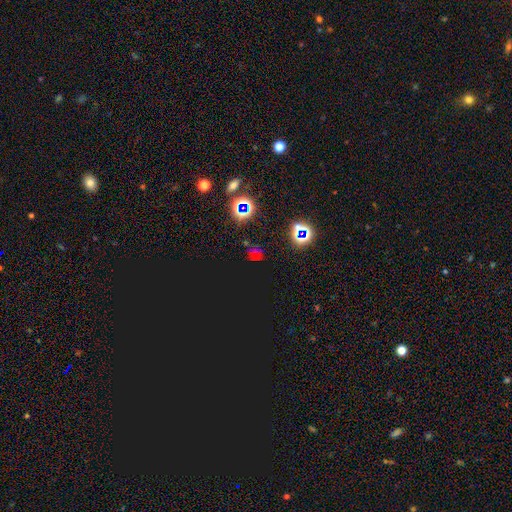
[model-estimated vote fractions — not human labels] Q: Smooth or featured?
A: star or artifact (72%); runner-up: smooth (20%)